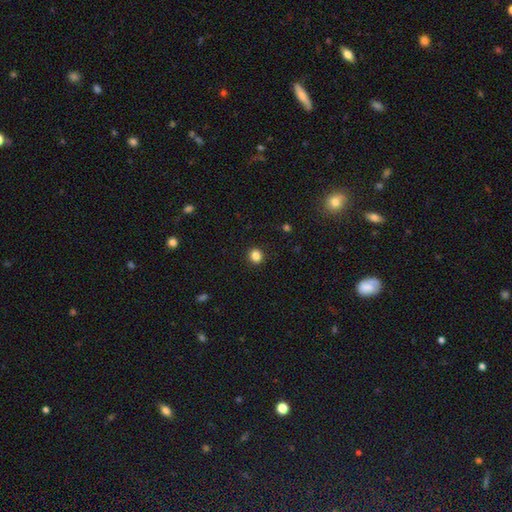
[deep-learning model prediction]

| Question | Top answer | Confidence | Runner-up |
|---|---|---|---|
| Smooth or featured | smooth | 84% | star or artifact (11%) |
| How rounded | round | 85% | in between (14%) |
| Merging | none | 92% | minor disturbance (5%) |